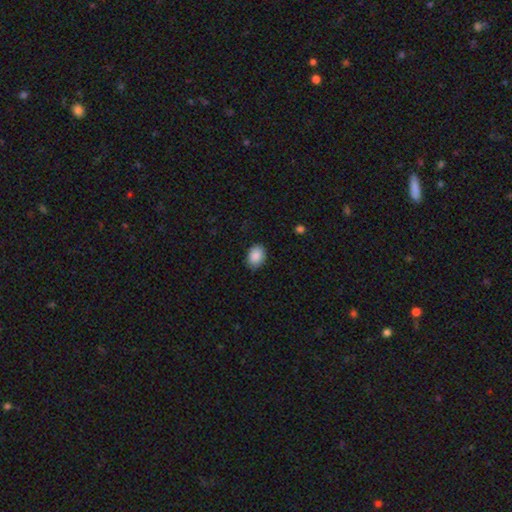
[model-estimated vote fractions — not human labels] This appears to be a smooth galaxy with no disk features (89%) that is in between round and cigar-shaped (74%). Merging: none (85%).